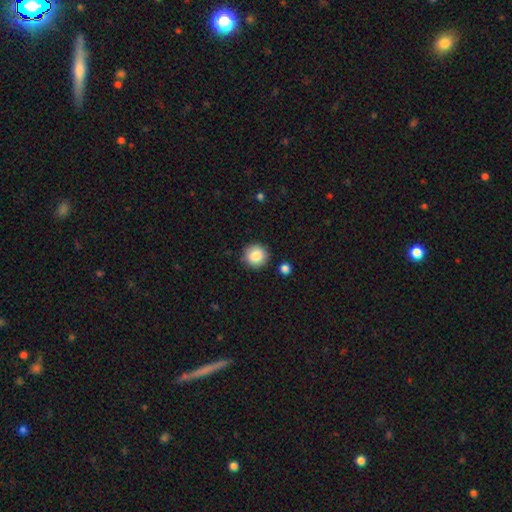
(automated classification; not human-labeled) Smooth or featured?
  - smooth: 86% *
  - star or artifact: 8%
  - featured or disk: 5%
How rounded?
  - round: 94% *
  - in between: 5%
  - cigar-shaped: 1%
Merging?
  - none: 89% *
  - minor disturbance: 7%
  - merger: 2%
  - major disturbance: 2%